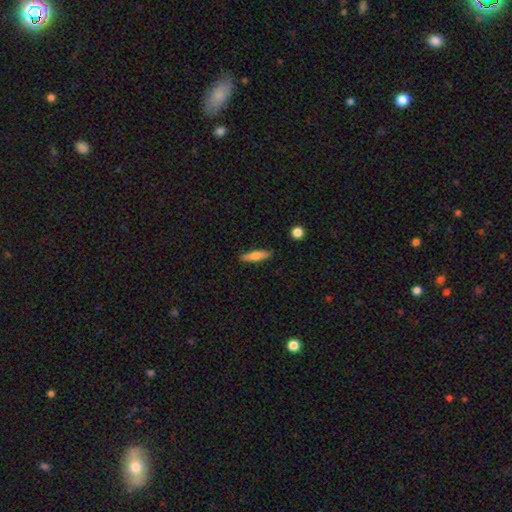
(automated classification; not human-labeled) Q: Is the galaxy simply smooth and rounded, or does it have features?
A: smooth — 67%.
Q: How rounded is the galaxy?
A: cigar-shaped — 76%.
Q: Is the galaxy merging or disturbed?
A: none — 86%.